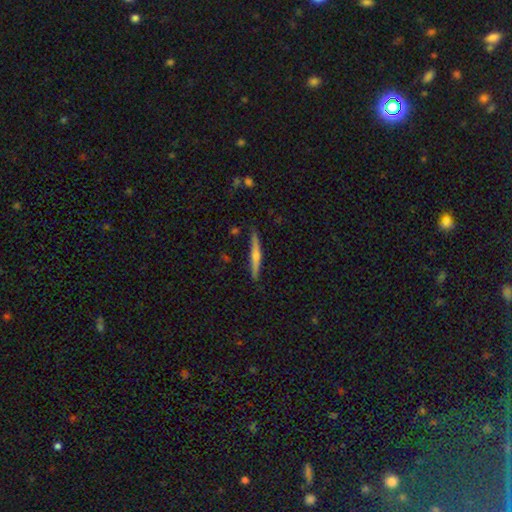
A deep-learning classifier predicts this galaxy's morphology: A featured or disk galaxy (67%) viewed edge-on (98%) with a rounded central bulge (85%). Merging: none (89%).